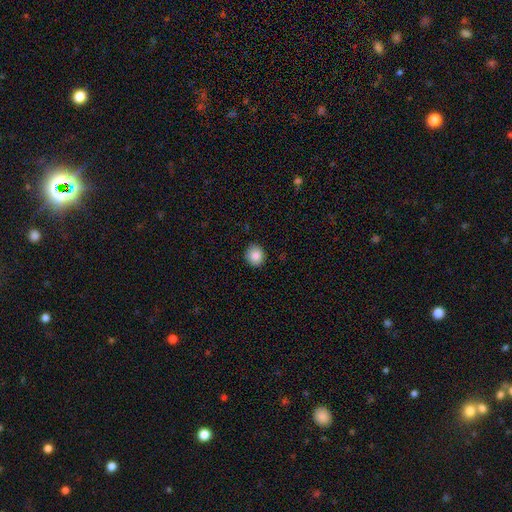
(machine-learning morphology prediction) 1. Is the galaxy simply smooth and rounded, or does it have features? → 87% smooth, 8% star or artifact, 4% featured or disk.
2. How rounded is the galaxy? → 80% round, 20% in between, 1% cigar-shaped.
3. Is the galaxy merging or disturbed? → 88% none, 9% minor disturbance, 2% major disturbance, 1% merger.